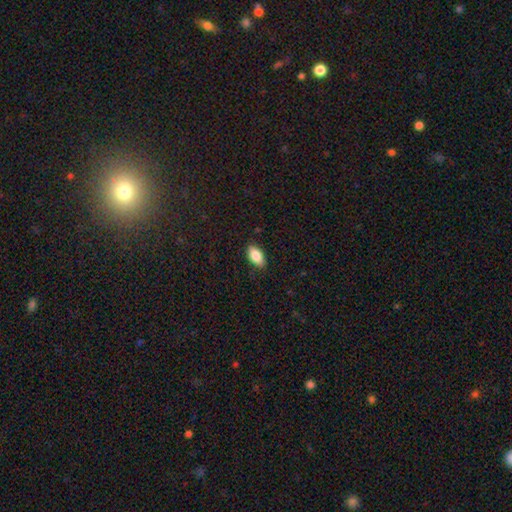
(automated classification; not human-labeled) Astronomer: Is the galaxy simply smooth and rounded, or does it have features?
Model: smooth — 84%.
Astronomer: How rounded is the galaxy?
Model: in between — 91%.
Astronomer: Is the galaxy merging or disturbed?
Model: none — 84%.